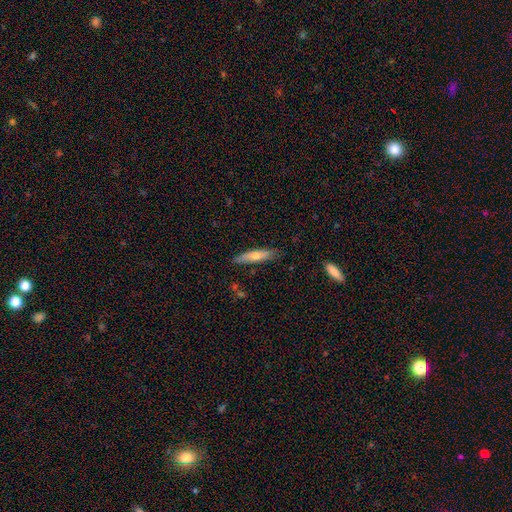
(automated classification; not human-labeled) Smooth or featured? Predicted: smooth (p=0.57). How rounded? Predicted: cigar-shaped (p=0.80). Merging? Predicted: none (p=0.85).